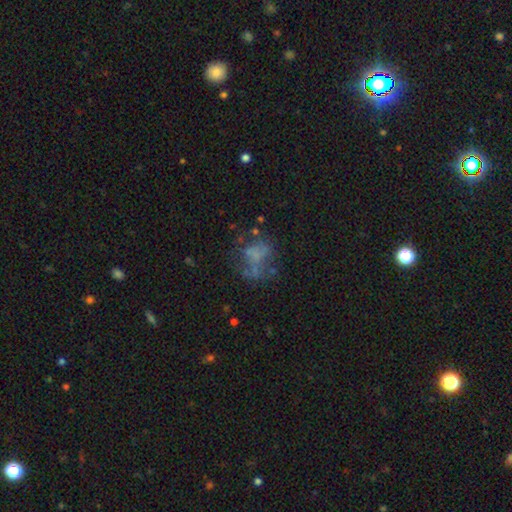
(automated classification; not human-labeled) The model was most divided on "smooth or featured": featured or disk: 42%, smooth: 39%, star or artifact: 19%. Remaining: merging — none (42%).